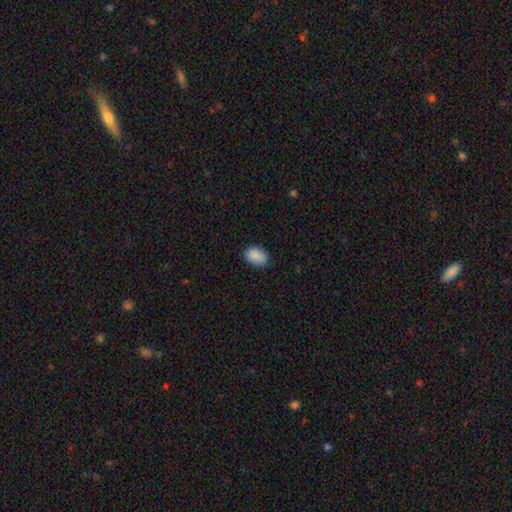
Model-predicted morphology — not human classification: Q: Smooth or featured?
A: smooth (89%); runner-up: star or artifact (7%)
Q: How rounded?
A: in between (83%); runner-up: round (16%)
Q: Merging?
A: none (82%); runner-up: minor disturbance (15%)